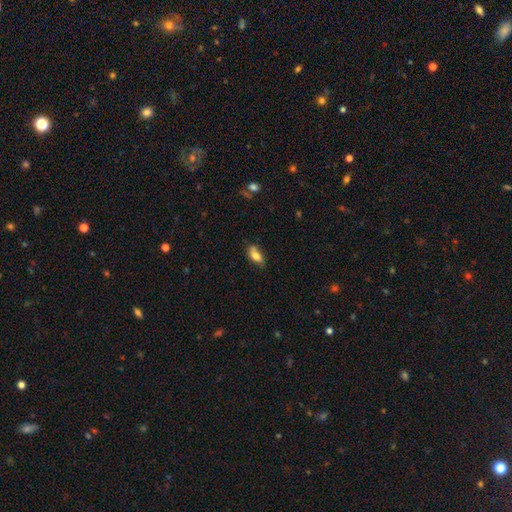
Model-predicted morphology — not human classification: This is likely a smooth galaxy (75%). How rounded: clearly in between (82%). Merging: likely none (65%).